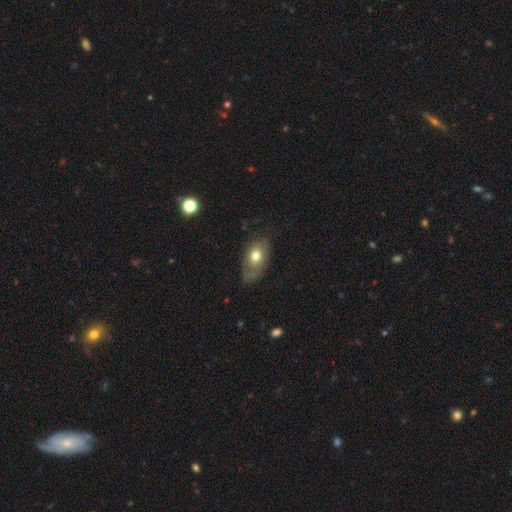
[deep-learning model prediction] A smooth galaxy with no disk features (65%) that is in between round and cigar-shaped (87%).

Vote fractions:
- Smooth or featured? smooth: 65% / featured or disk: 27% / star or artifact: 8%
- How rounded? in between: 87% / round: 10% / cigar-shaped: 3%
- Merging? none: 55% / minor disturbance: 30% / major disturbance: 12% / merger: 2%